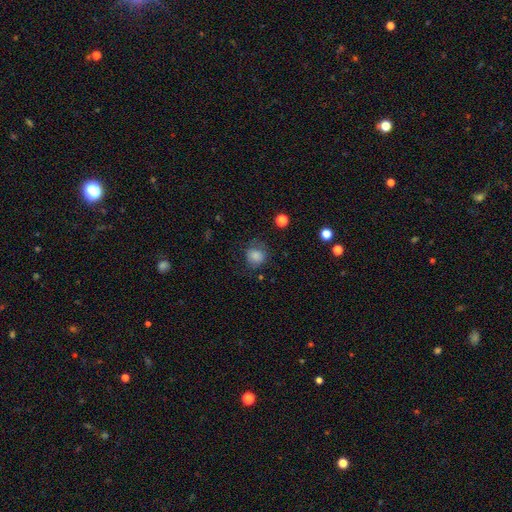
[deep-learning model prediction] Q: Smooth or featured?
A: smooth (82%); runner-up: star or artifact (11%)
Q: How rounded?
A: round (82%); runner-up: in between (17%)
Q: Merging?
A: none (66%); runner-up: minor disturbance (22%)